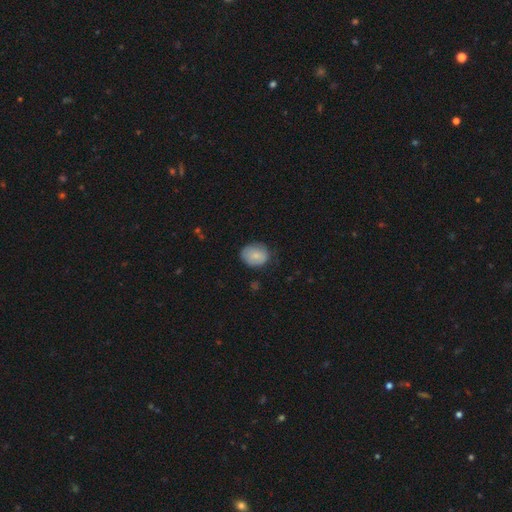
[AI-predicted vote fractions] Smooth or featured: smooth — 81% (featured or disk — 11%)
How rounded: round — 51% (in between — 48%)
Merging: none — 69% (minor disturbance — 25%)